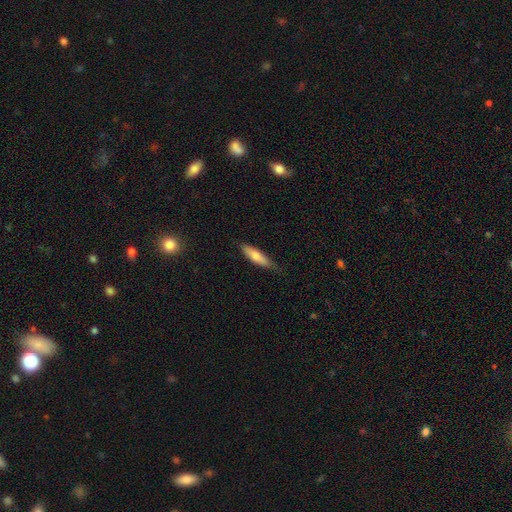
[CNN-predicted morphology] This is likely a smooth galaxy (69%). How rounded: likely cigar-shaped (66%). Merging: likely none (77%).